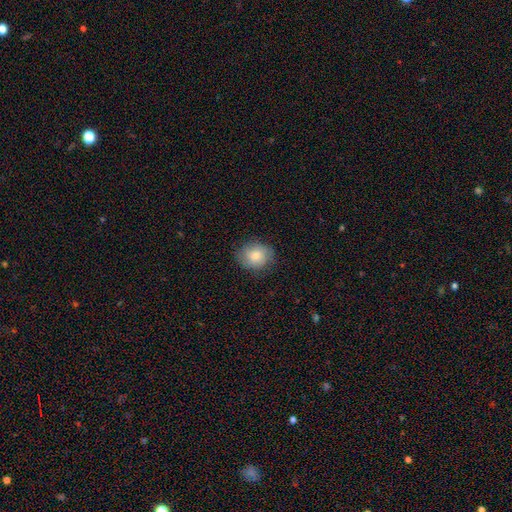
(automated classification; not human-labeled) smooth-or-featured: smooth: 79% | featured or disk: 13% | star or artifact: 8%
  how-rounded: round: 67% | in between: 32% | cigar-shaped: 1%
  merging: none: 80% | minor disturbance: 15% | major disturbance: 4% | merger: 1%